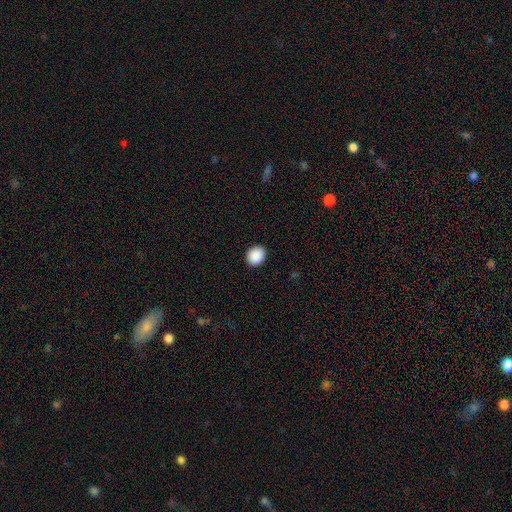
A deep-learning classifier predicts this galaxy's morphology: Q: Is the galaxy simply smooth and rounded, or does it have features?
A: smooth — 90%.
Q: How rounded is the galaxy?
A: round — 65%.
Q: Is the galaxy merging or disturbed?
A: none — 91%.